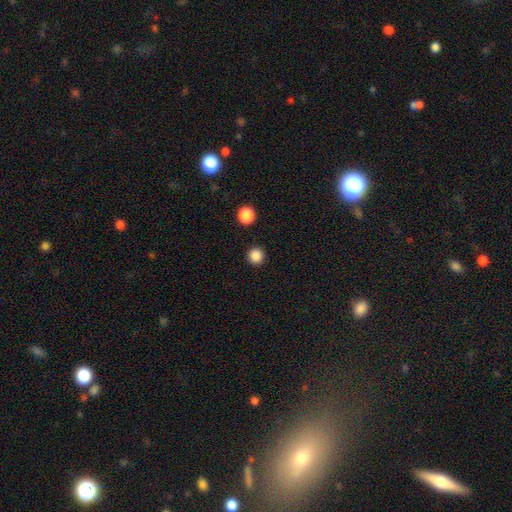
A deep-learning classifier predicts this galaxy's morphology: smooth-or-featured: smooth: 86% | star or artifact: 11% | featured or disk: 3%
  how-rounded: round: 95% | in between: 4% | cigar-shaped: 1%
  merging: none: 92% | minor disturbance: 5% | major disturbance: 2% | merger: 2%